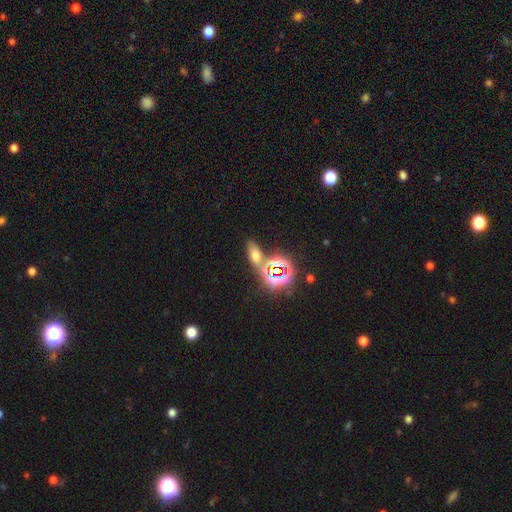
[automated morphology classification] Smooth or featured? smooth (48%)
Merging? none (65%)